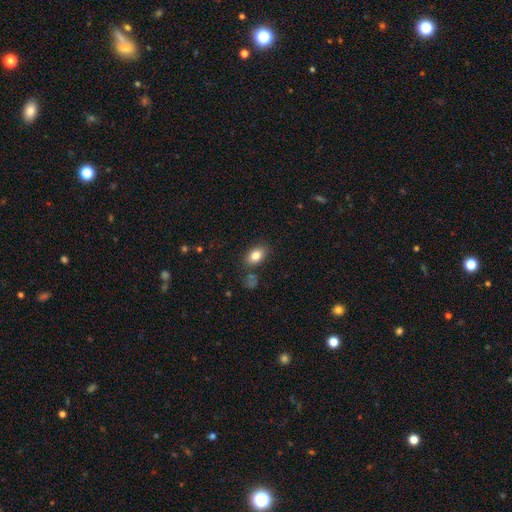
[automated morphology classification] Smooth or featured?
  - smooth: 82% *
  - featured or disk: 9%
  - star or artifact: 9%
How rounded?
  - in between: 85% *
  - round: 14%
  - cigar-shaped: 2%
Merging?
  - none: 81% *
  - minor disturbance: 12%
  - merger: 4%
  - major disturbance: 3%